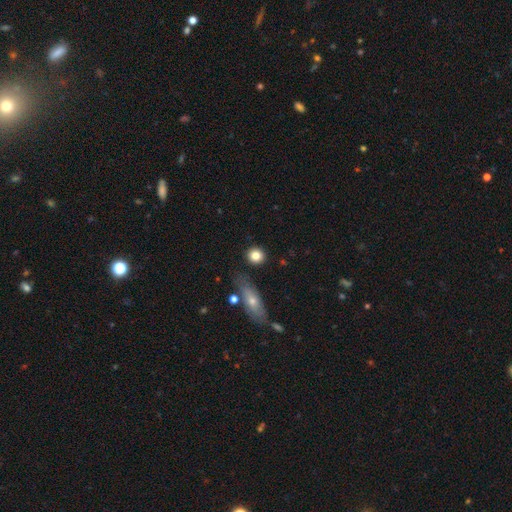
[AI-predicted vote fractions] A smooth galaxy with no disk features (82%) that is round (85%). Merging: none (84%).